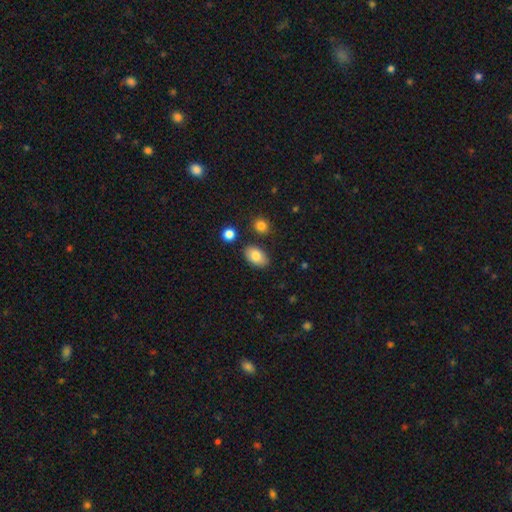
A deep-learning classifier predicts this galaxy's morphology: Smooth or featured? smooth (82%)
How rounded? in between (90%)
Merging? none (84%)